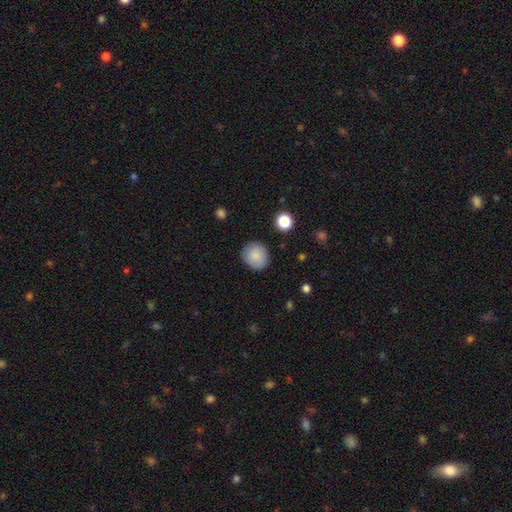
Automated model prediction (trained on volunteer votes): Smooth or featured?
  - smooth: 86% *
  - star or artifact: 8%
  - featured or disk: 6%
How rounded?
  - round: 87% *
  - in between: 12%
  - cigar-shaped: 1%
Merging?
  - none: 88% *
  - minor disturbance: 9%
  - major disturbance: 2%
  - merger: 1%